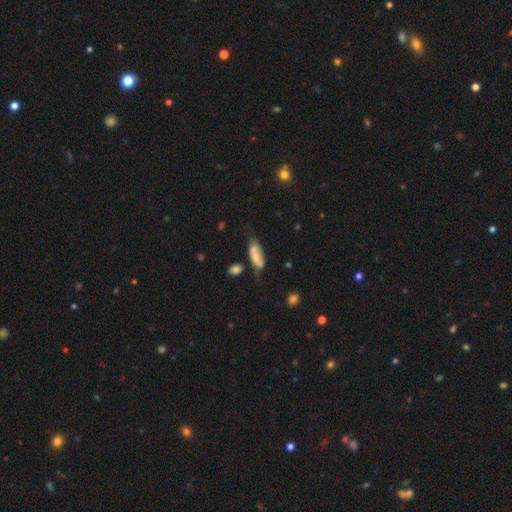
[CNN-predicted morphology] smooth_or_featured: smooth (p=0.67) [alt: featured or disk p=0.26]
how_rounded: in between (p=0.79) [alt: cigar-shaped p=0.19]
merging: none (p=0.46) [alt: minor disturbance p=0.32]